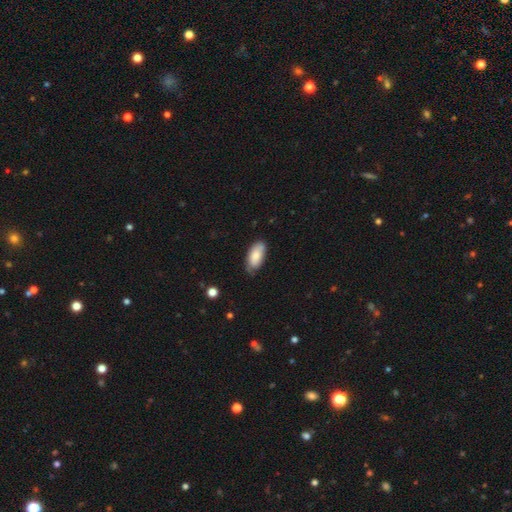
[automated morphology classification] The model was most divided on "merging": none: 64%, minor disturbance: 29%, major disturbance: 5%, merger: 2%. More confident: how rounded — in between (93%); smooth or featured — smooth (80%).